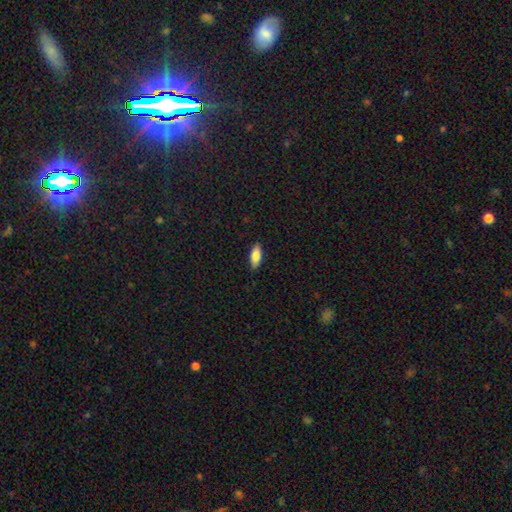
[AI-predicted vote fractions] Smooth or featured?
  - smooth: 82% *
  - featured or disk: 12%
  - star or artifact: 6%
How rounded?
  - in between: 80% *
  - cigar-shaped: 18%
  - round: 2%
Merging?
  - none: 87% *
  - minor disturbance: 10%
  - major disturbance: 2%
  - merger: 1%